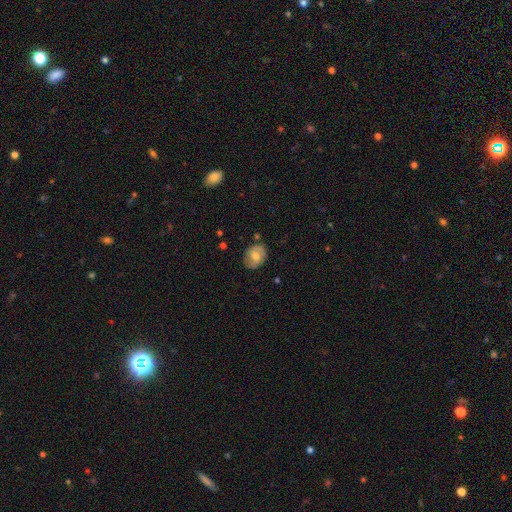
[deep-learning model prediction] Morphology: type=smooth (49%); merging=none (78%).